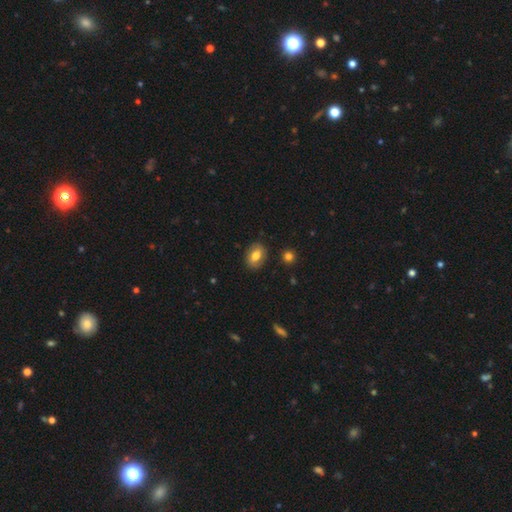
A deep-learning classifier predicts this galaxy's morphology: smooth 71%, featured or disk 21%, star or artifact 8%. Down the decision tree: how rounded — in between (78%); merging — none (84%).